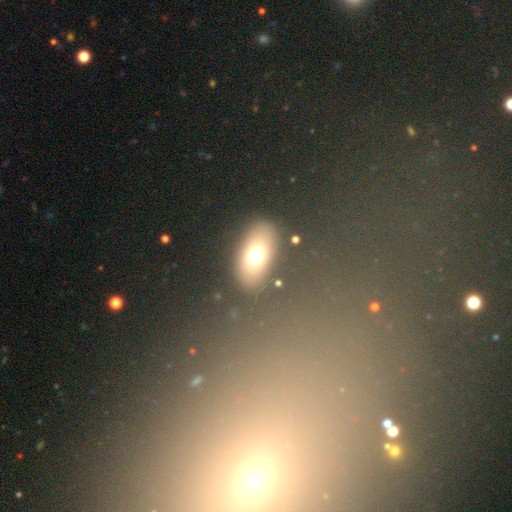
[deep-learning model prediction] smooth_or_featured: smooth (p=0.70) [alt: featured or disk p=0.16]
how_rounded: in between (p=0.79) [alt: round p=0.16]
merging: none (p=0.80) [alt: minor disturbance p=0.10]